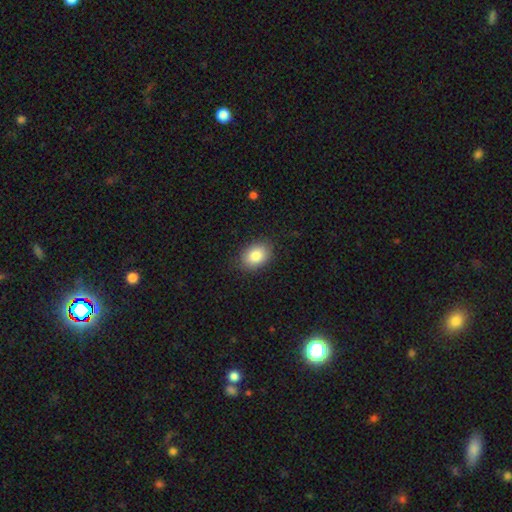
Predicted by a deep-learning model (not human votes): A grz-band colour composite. It shows a smooth galaxy with no disk features (85%) that is in between round and cigar-shaped (79%). Merging: none (86%).